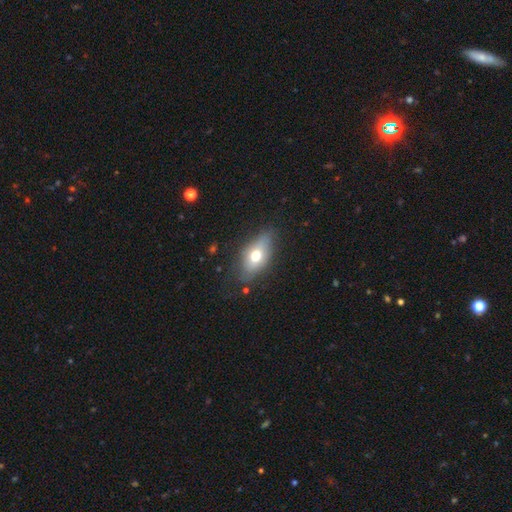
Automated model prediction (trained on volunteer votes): Smooth or featured?
  - smooth: 64% *
  - featured or disk: 27%
  - star or artifact: 9%
How rounded?
  - in between: 84% *
  - round: 9%
  - cigar-shaped: 7%
Merging?
  - none: 70% *
  - minor disturbance: 22%
  - major disturbance: 7%
  - merger: 2%